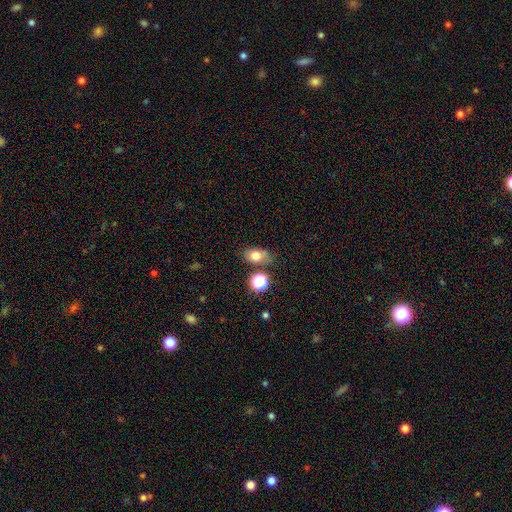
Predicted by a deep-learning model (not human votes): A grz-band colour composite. It shows a smooth galaxy with no disk features (74%) that is in between round and cigar-shaped (79%). Merging: none (70%).